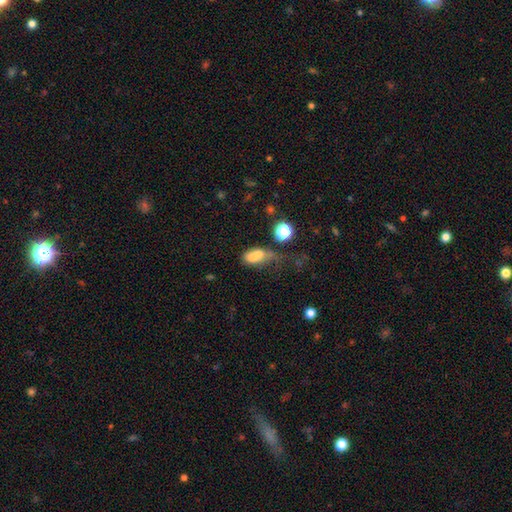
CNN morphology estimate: Q: Smooth or featured?
A: smooth (67%); runner-up: featured or disk (18%)
Q: How rounded?
A: in between (76%); runner-up: round (15%)
Q: Merging?
A: merger (29%); runner-up: major disturbance (26%)